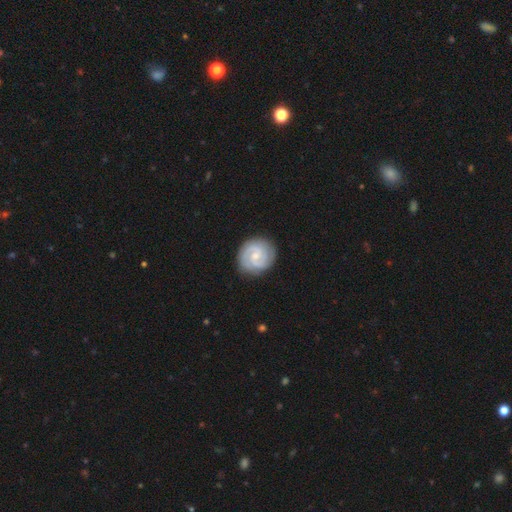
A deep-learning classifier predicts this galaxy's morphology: Overall: featured or disk (84%). Edge-on disk: no (98%). Bar: no (49%; weak 44%). Spiral arms: yes (97%). Spiral arm count: 2 (74%). Spiral winding: tight (62%; medium 32%). Bulge size: small (64%; moderate 30%). Merging: none (86%).